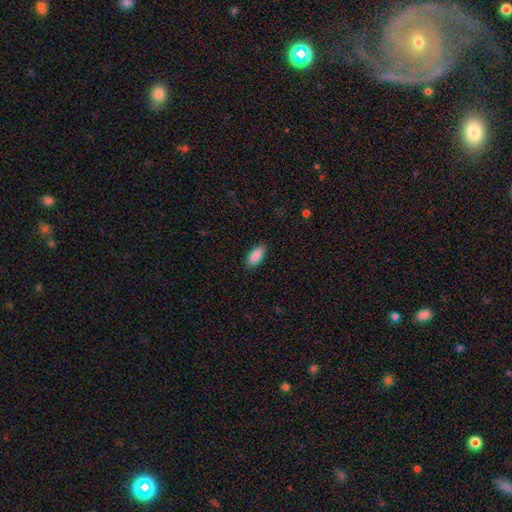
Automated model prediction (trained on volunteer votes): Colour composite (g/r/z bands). It shows a smooth galaxy with no disk features (90%) that is in between round and cigar-shaped (88%). Merging: none (88%).